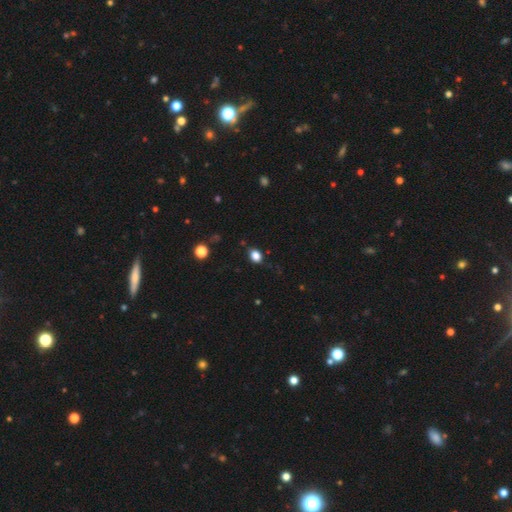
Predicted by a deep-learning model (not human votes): A smooth galaxy with no disk features (83%) that is in between round and cigar-shaped (58%).

Vote fractions:
- Smooth or featured? smooth: 83% / star or artifact: 13% / featured or disk: 4%
- How rounded? in between: 58% / round: 41% / cigar-shaped: 1%
- Merging? none: 83% / minor disturbance: 12% / major disturbance: 3% / merger: 2%